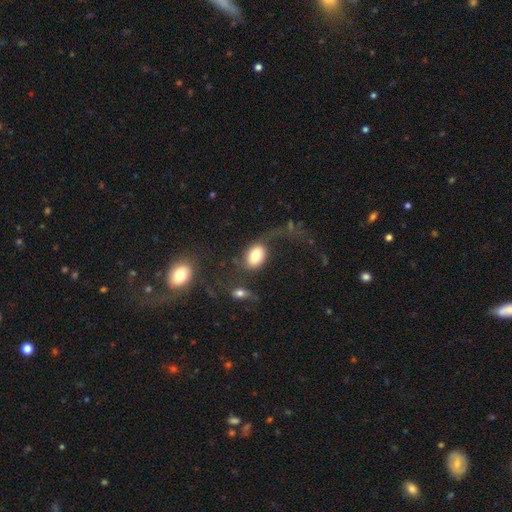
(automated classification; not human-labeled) Smooth or featured?
  - smooth: 74% *
  - featured or disk: 18%
  - star or artifact: 8%
How rounded?
  - in between: 79% *
  - round: 20%
  - cigar-shaped: 2%
Merging?
  - none: 39% *
  - major disturbance: 32%
  - minor disturbance: 18%
  - merger: 12%